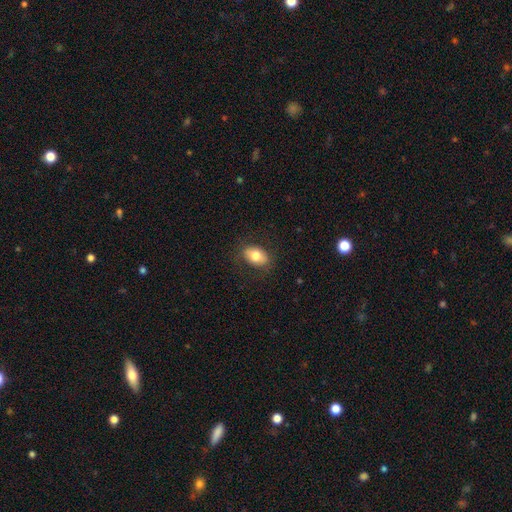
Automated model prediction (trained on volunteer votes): Q: Smooth or featured?
A: smooth (77%); runner-up: featured or disk (15%)
Q: How rounded?
A: in between (84%); runner-up: round (15%)
Q: Merging?
A: none (82%); runner-up: minor disturbance (12%)